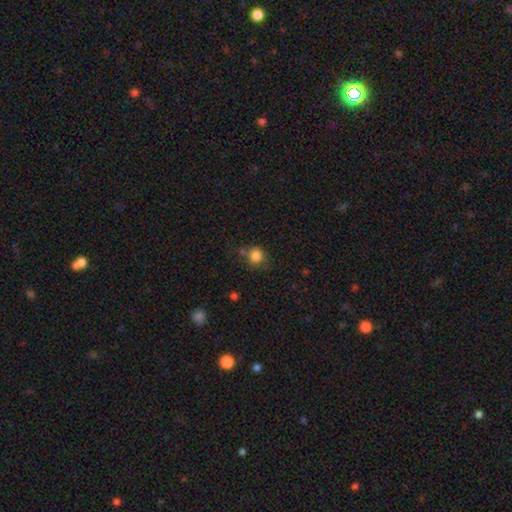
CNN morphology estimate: smooth-or-featured: smooth: 84% | star or artifact: 11% | featured or disk: 5%
  how-rounded: round: 87% | in between: 12% | cigar-shaped: 1%
  merging: none: 64% | minor disturbance: 17% | merger: 13% | major disturbance: 6%